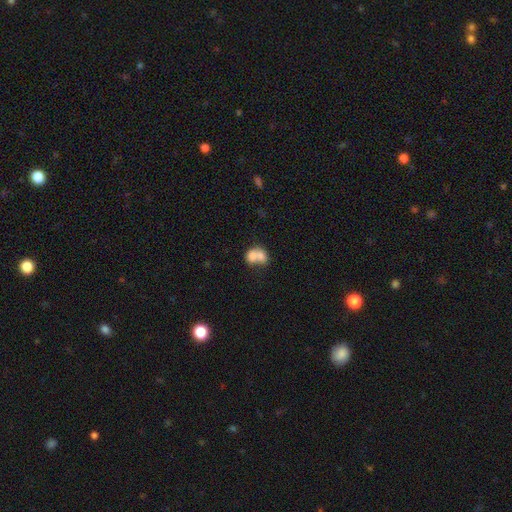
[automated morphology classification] smooth-or-featured: smooth: 73% | featured or disk: 19% | star or artifact: 9%
  how-rounded: in between: 58% | round: 40% | cigar-shaped: 1%
  merging: merger: 71% | none: 18% | minor disturbance: 7% | major disturbance: 5%